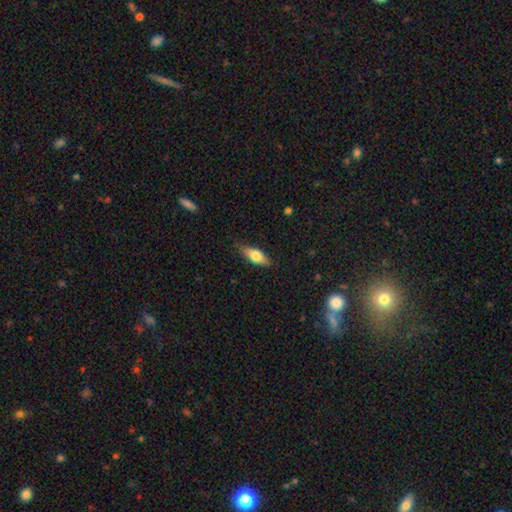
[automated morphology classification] A smooth galaxy with no disk features (66%) that is in between round and cigar-shaped (69%). Merging: none (81%).